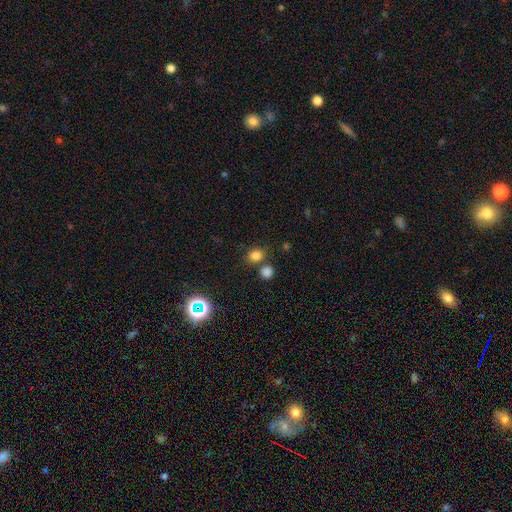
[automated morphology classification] type=smooth (79%); roundness=round (67%); merging=none (71%).